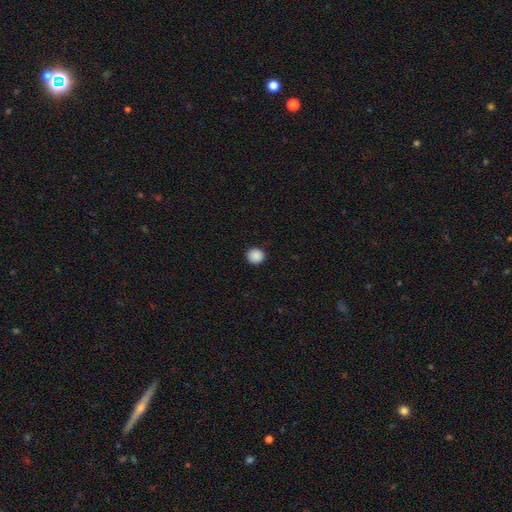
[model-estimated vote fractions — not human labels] Smooth or featured?
  - smooth: 89% *
  - star or artifact: 9%
  - featured or disk: 2%
How rounded?
  - round: 91% *
  - in between: 8%
  - cigar-shaped: 1%
Merging?
  - none: 91% *
  - minor disturbance: 6%
  - major disturbance: 2%
  - merger: 1%